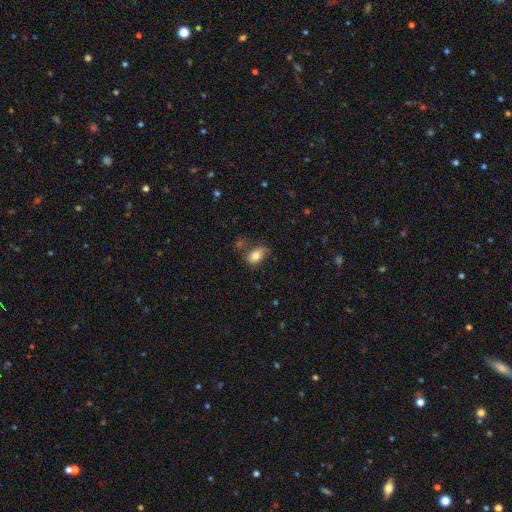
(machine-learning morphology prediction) Smooth or featured?
  - smooth: 80% *
  - featured or disk: 12%
  - star or artifact: 8%
How rounded?
  - in between: 85% *
  - round: 13%
  - cigar-shaped: 2%
Merging?
  - none: 57% *
  - minor disturbance: 26%
  - major disturbance: 9%
  - merger: 8%